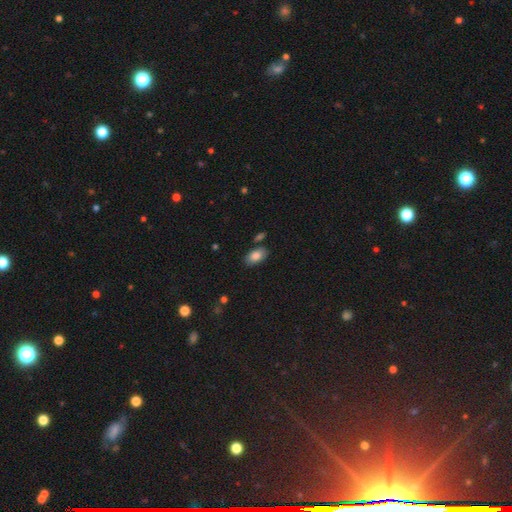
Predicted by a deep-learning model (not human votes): Q: Smooth or featured?
A: smooth (84%); runner-up: featured or disk (9%)
Q: How rounded?
A: in between (94%); runner-up: round (5%)
Q: Merging?
A: none (81%); runner-up: minor disturbance (12%)